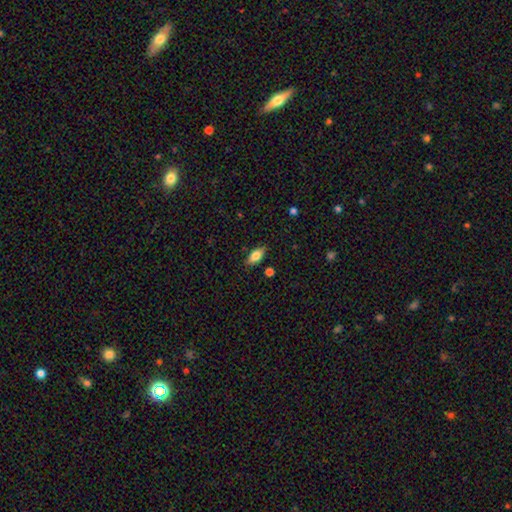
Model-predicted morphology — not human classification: The model was most divided on "smooth or featured": smooth: 74%, featured or disk: 19%, star or artifact: 7%. More confident: how rounded — in between (84%); merging — none (84%).